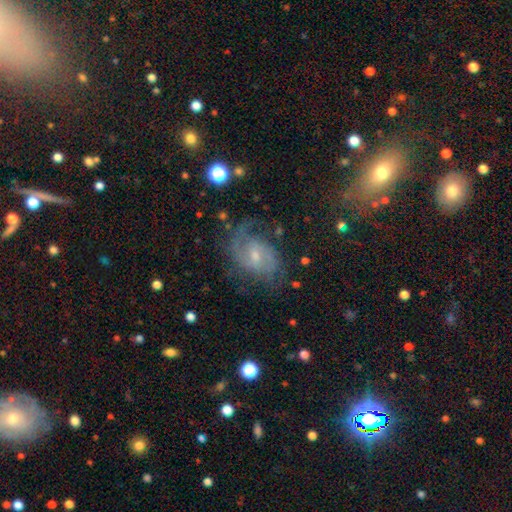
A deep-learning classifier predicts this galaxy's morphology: The model was most divided on "spiral winding": medium: 47%, tight: 31%, loose: 22%. More confident: edge-on disk — no (97%); spiral arms — yes (92%); smooth or featured — featured or disk (79%); bulge size — small (61%); merging — none (61%); spiral arm count — 2 (58%); bar — weak (54%).